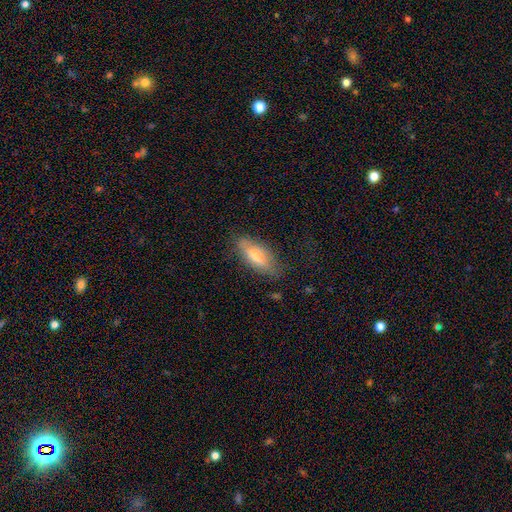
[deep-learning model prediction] Smooth or featured: smooth — 62% (featured or disk — 31%)
How rounded: in between — 74% (cigar-shaped — 23%)
Merging: none — 75% (minor disturbance — 19%)